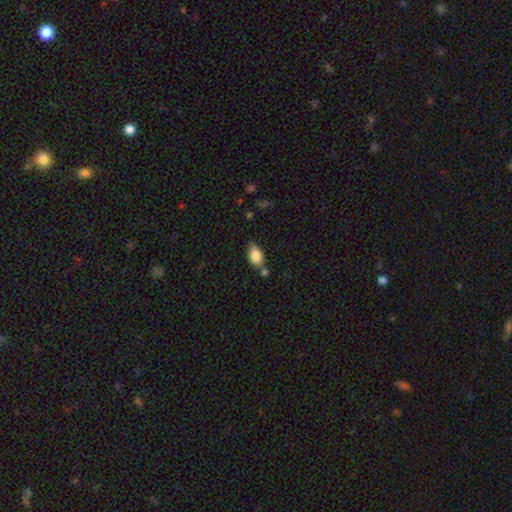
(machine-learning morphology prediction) This is clearly a smooth galaxy (84%). How rounded: clearly in between (88%). Merging: possibly none (58%).